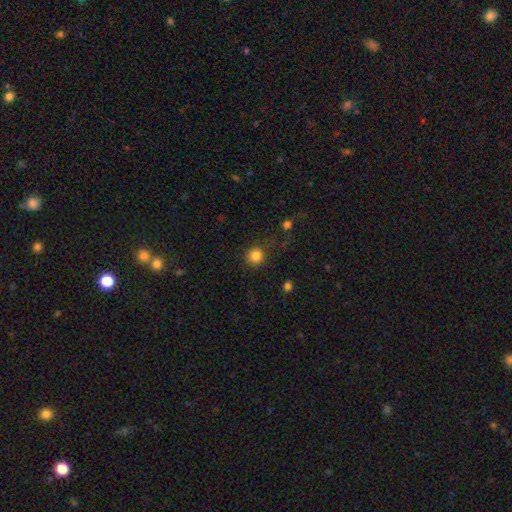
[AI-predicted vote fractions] Q: Smooth or featured?
A: smooth (84%); runner-up: star or artifact (11%)
Q: How rounded?
A: round (92%); runner-up: in between (7%)
Q: Merging?
A: none (73%); runner-up: minor disturbance (14%)